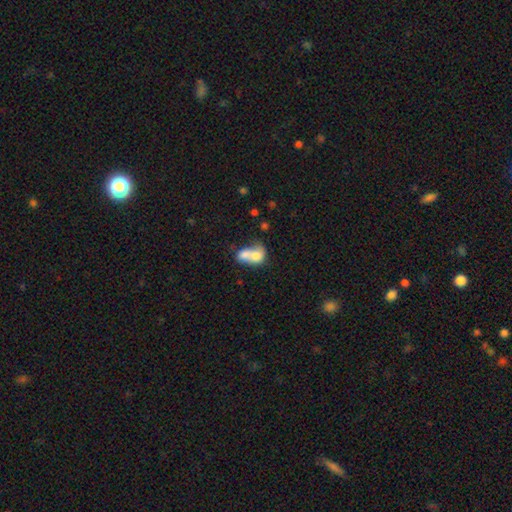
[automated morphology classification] Overall: smooth (71%). How rounded: in between (60%; round 39%). Merging: merger (78%).